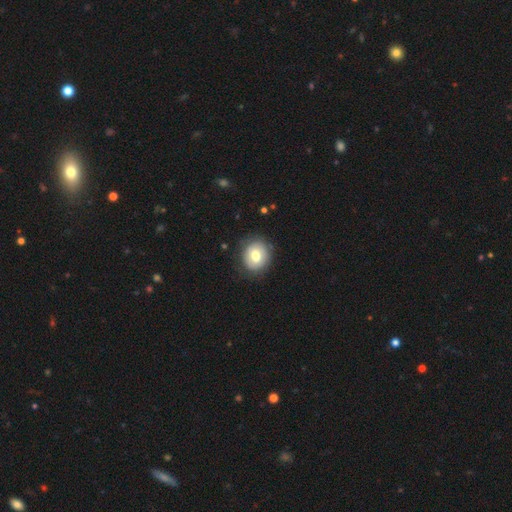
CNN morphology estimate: The model was most divided on "smooth or featured": smooth: 69%, featured or disk: 23%, star or artifact: 8%. More confident: merging — none (82%); how rounded — round (74%).